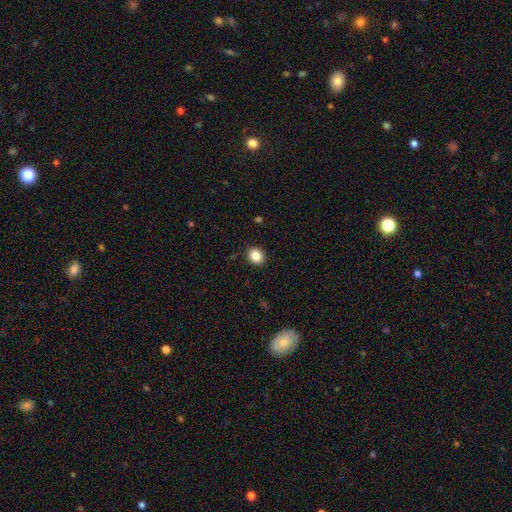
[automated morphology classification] A smooth galaxy with no disk features (85%) that is round (65%).

Vote fractions:
- Smooth or featured? smooth: 85% / star or artifact: 10% / featured or disk: 4%
- How rounded? round: 65% / in between: 34% / cigar-shaped: 1%
- Merging? none: 91% / minor disturbance: 7% / major disturbance: 2% / merger: 1%